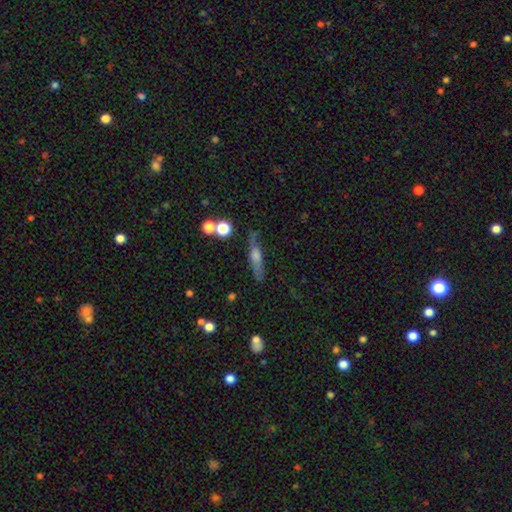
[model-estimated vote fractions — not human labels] The model was most divided on "smooth or featured": featured or disk: 51%, smooth: 38%, star or artifact: 10%. More confident: edge-on disk — yes (89%); merging — none (76%).